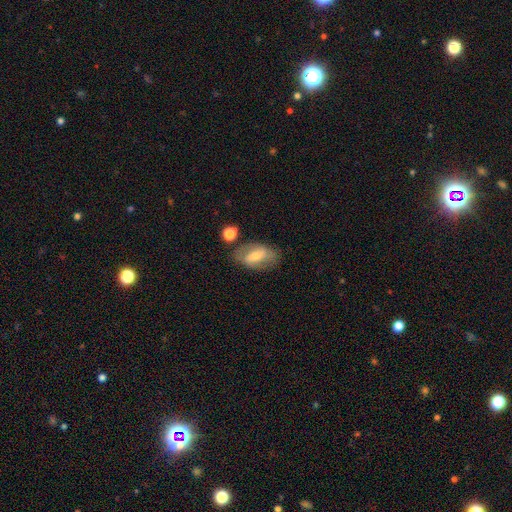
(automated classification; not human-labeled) Smooth or featured? Predicted: smooth (p=0.47). Merging? Predicted: none (p=0.65).